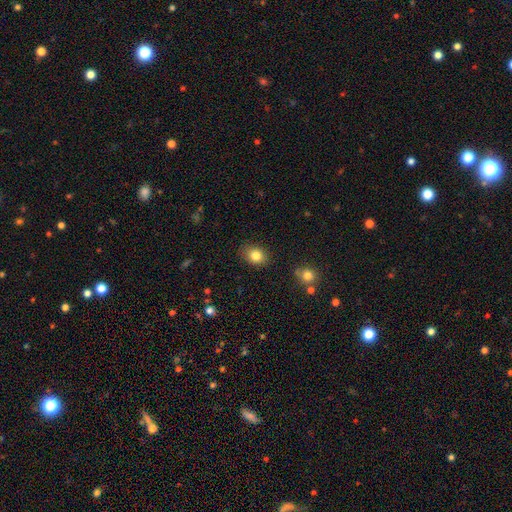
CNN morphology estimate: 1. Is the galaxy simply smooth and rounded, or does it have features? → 83% smooth, 10% star or artifact, 7% featured or disk.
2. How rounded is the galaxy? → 53% in between, 46% round, 1% cigar-shaped.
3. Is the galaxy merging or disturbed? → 84% none, 12% minor disturbance, 3% major disturbance, 2% merger.